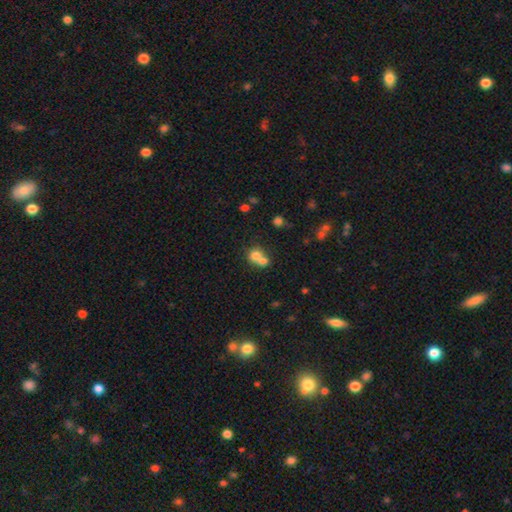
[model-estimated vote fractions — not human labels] This appears to be a smooth galaxy with no disk features (72%) that is round (74%). Merging: merger (64%).